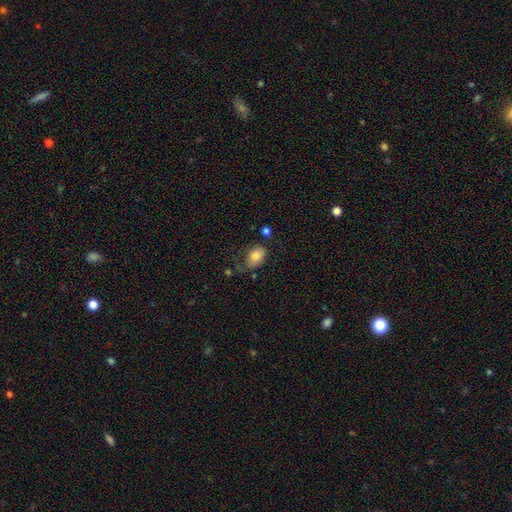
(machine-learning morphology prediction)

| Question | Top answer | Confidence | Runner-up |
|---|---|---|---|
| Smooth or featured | smooth | 79% | featured or disk (13%) |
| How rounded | in between | 85% | round (13%) |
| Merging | none | 48% | minor disturbance (30%) |